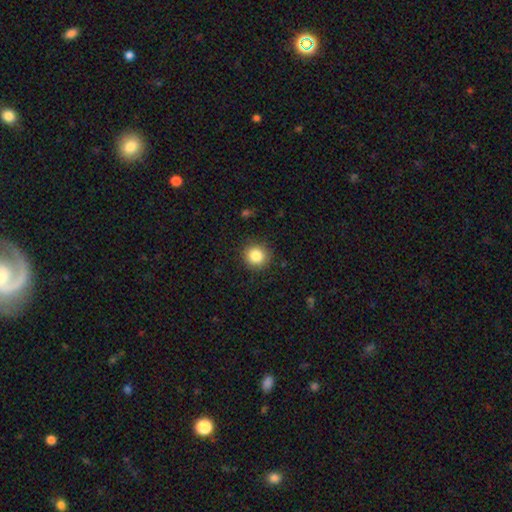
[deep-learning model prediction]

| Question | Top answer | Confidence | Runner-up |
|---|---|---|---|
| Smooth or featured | smooth | 84% | star or artifact (10%) |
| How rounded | round | 92% | in between (7%) |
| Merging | none | 89% | minor disturbance (7%) |